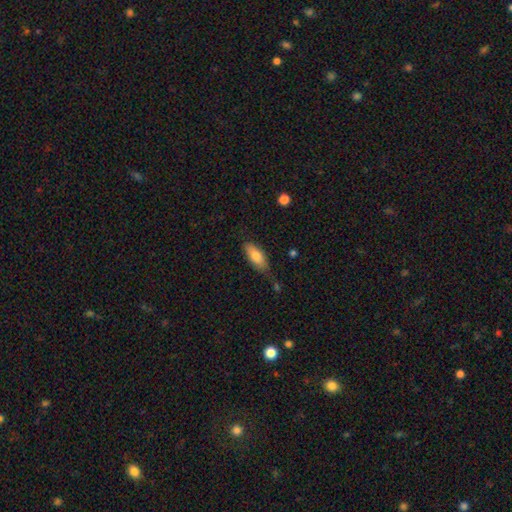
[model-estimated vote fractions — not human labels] Smooth or featured? Predicted: smooth (p=0.80). How rounded? Predicted: in between (p=0.79). Merging? Predicted: none (p=0.66).